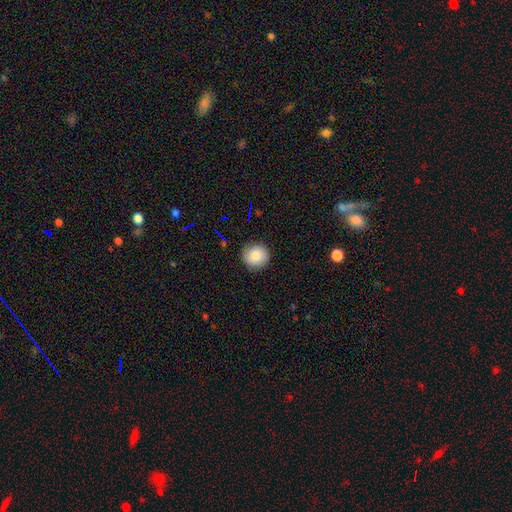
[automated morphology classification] type=smooth (84%); roundness=round (91%); merging=none (89%).